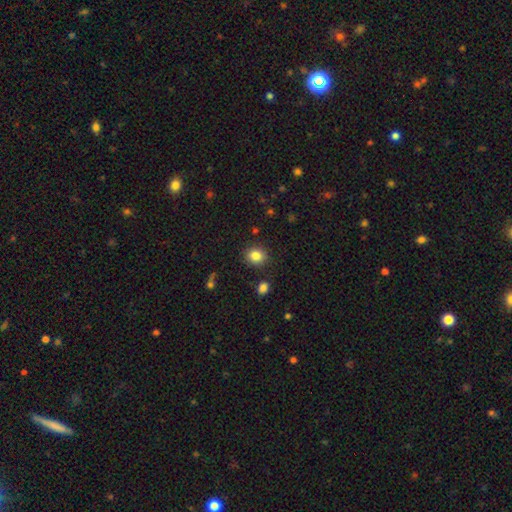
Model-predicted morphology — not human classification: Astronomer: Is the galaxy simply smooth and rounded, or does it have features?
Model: smooth — 84%.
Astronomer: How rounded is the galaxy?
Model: round — 75%.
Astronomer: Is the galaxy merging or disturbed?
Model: none — 86%.